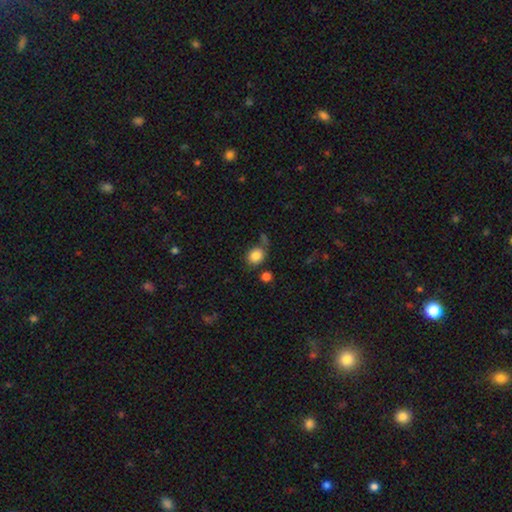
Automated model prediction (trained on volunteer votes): smooth-or-featured: smooth: 85% | star or artifact: 9% | featured or disk: 6%
  how-rounded: round: 64% | in between: 35% | cigar-shaped: 1%
  merging: none: 66% | minor disturbance: 16% | merger: 12% | major disturbance: 7%